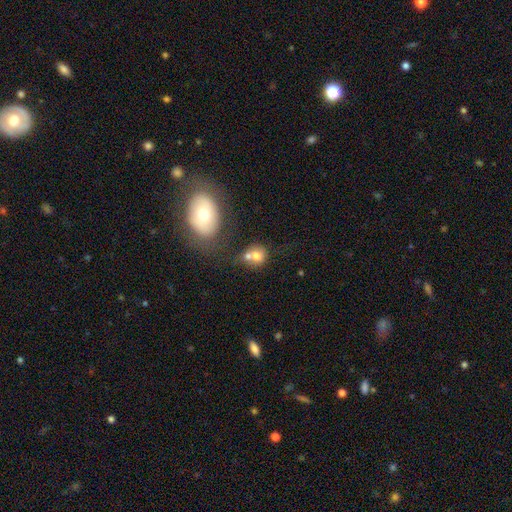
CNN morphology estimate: Smooth or featured? smooth (72%)
How rounded? round (70%)
Merging? merger (51%)